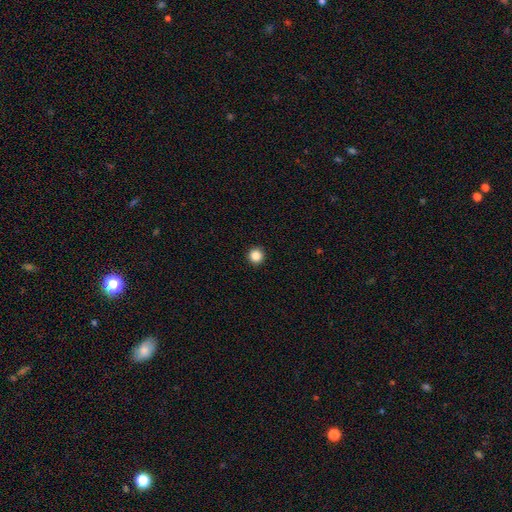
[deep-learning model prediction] This appears to be a smooth galaxy with no disk features (87%) that is round (96%). Merging: none (94%).